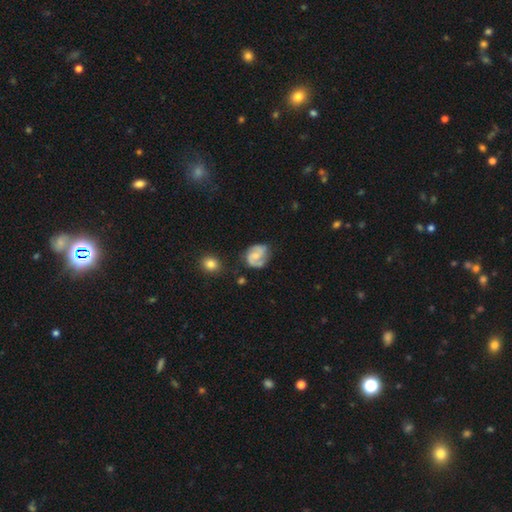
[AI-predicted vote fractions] Morphology: type=featured or disk (73%); edge-on=no (98%); bar=no (51%); spiral arms=yes (93%); winding=medium (49%); arm count=2 (82%); bulge=small (45%); merging=none (65%).